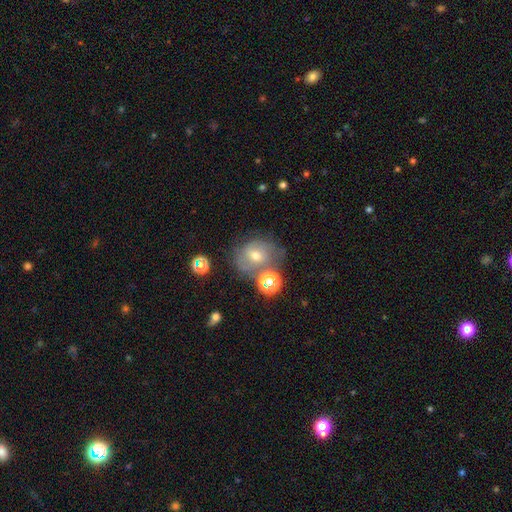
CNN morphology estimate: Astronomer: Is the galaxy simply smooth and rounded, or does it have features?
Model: smooth — 46% (runner-up: featured or disk, 38%).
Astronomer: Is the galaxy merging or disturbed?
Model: none — 52%.